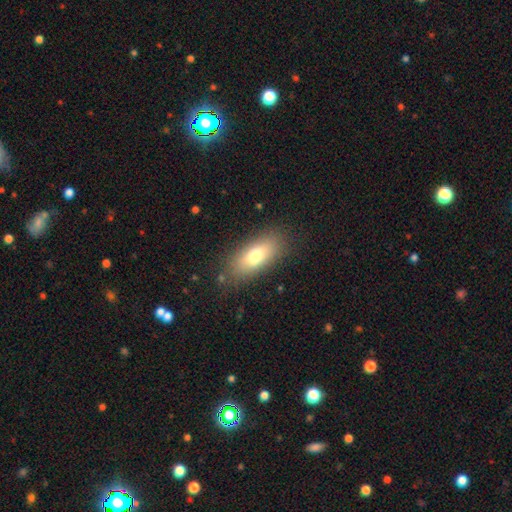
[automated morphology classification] A smooth galaxy with no disk features (71%) that is in between round and cigar-shaped (78%).

Vote fractions:
- Smooth or featured? smooth: 71% / featured or disk: 21% / star or artifact: 9%
- How rounded? in between: 78% / cigar-shaped: 18% / round: 4%
- Merging? none: 83% / minor disturbance: 12% / major disturbance: 4% / merger: 2%